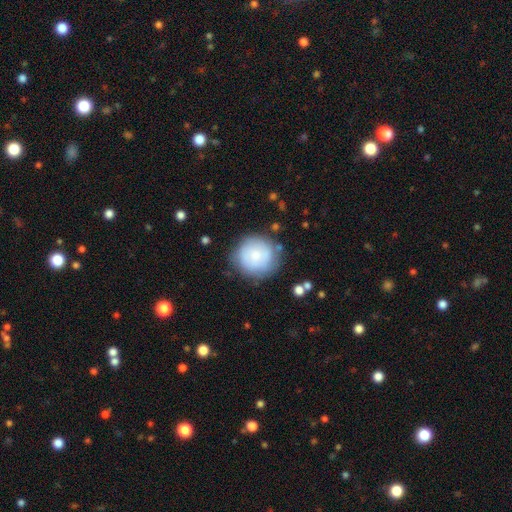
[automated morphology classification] type=smooth (70%); roundness=round (93%); merging=none (74%).